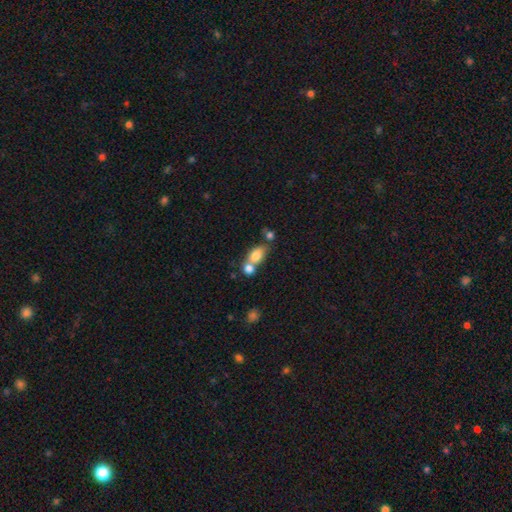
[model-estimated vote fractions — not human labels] A smooth galaxy with no disk features (78%) that is in between round and cigar-shaped (69%).

Vote fractions:
- Smooth or featured? smooth: 78% / featured or disk: 12% / star or artifact: 9%
- How rounded? in between: 69% / round: 27% / cigar-shaped: 3%
- Merging? merger: 53% / none: 33% / minor disturbance: 10% / major disturbance: 5%